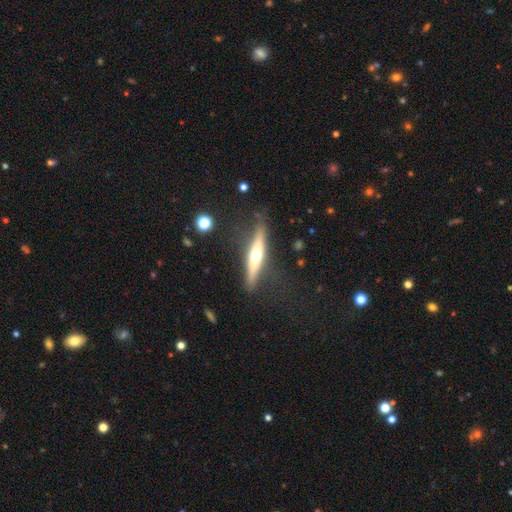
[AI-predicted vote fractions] This is possibly a featured or disk galaxy (60%). It is clearly viewed edge-on (92%). Edge-on bulge: clearly rounded (87%). Merging: likely none (76%).